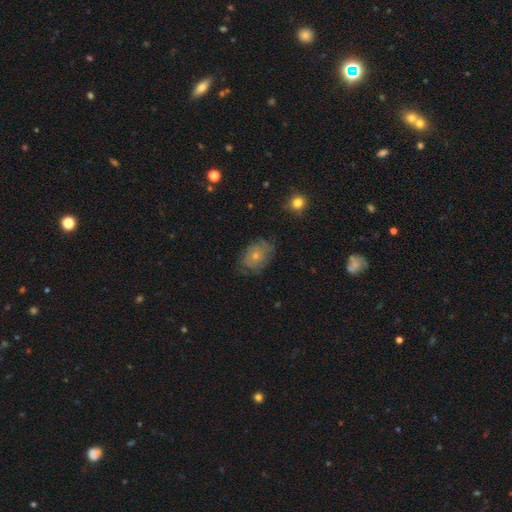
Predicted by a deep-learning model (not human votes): Smooth or featured? smooth (60%)
How rounded? in between (76%)
Merging? none (68%)